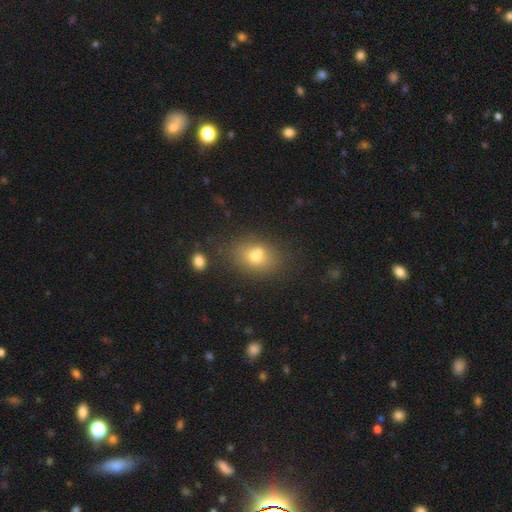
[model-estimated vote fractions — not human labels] smooth 72%, featured or disk 15%, star or artifact 13%. Down the decision tree: how rounded — in between (67%); merging — none (62%).